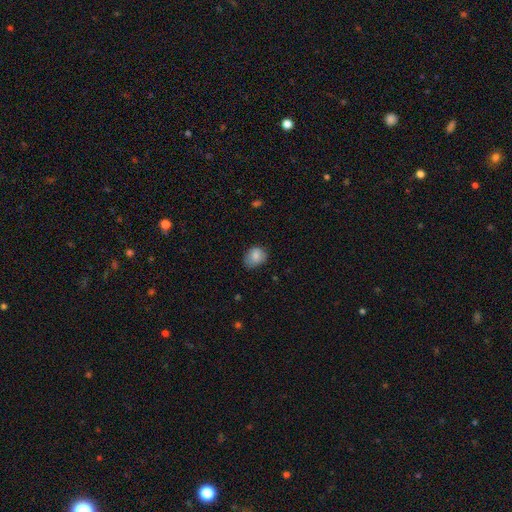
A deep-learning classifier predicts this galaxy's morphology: smooth-or-featured: smooth: 84% | star or artifact: 8% | featured or disk: 8%
  how-rounded: in between: 60% | round: 39% | cigar-shaped: 1%
  merging: none: 63% | minor disturbance: 29% | major disturbance: 6% | merger: 1%